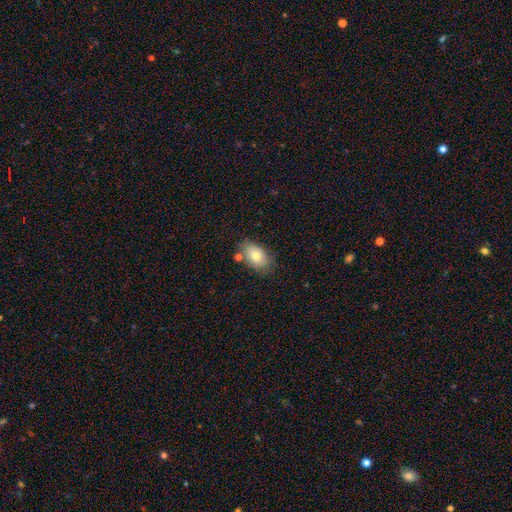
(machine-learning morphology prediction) smooth-or-featured: smooth: 74% | featured or disk: 18% | star or artifact: 8%
  how-rounded: in between: 88% | round: 11% | cigar-shaped: 1%
  merging: none: 70% | minor disturbance: 18% | merger: 8% | major disturbance: 4%